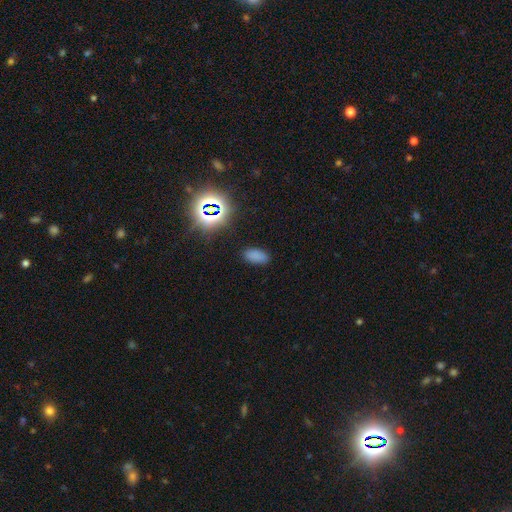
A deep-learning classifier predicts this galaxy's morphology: smooth-or-featured: smooth: 75% | star or artifact: 20% | featured or disk: 5%
  how-rounded: in between: 92% | round: 4% | cigar-shaped: 4%
  merging: none: 86% | minor disturbance: 10% | major disturbance: 3% | merger: 1%